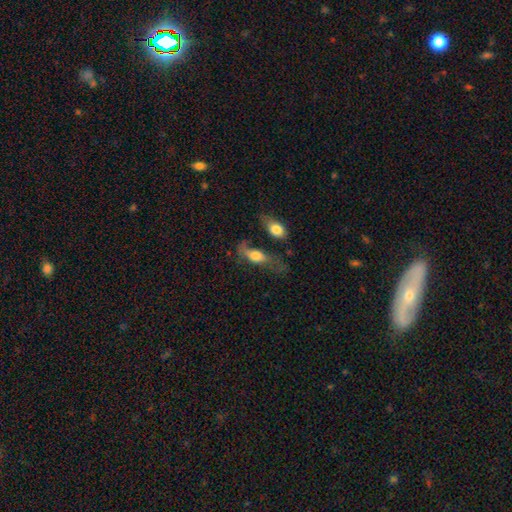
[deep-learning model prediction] smooth-or-featured: smooth: 57% | featured or disk: 34% | star or artifact: 9%
  how-rounded: in between: 74% | cigar-shaped: 18% | round: 8%
  merging: none: 32% | major disturbance: 31% | minor disturbance: 20% | merger: 17%